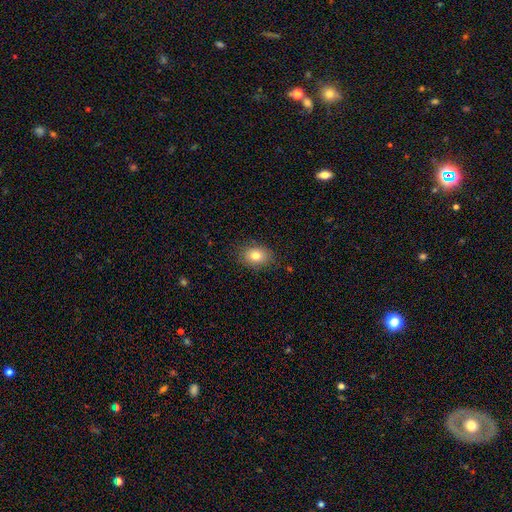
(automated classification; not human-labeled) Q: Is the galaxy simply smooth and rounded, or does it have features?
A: smooth — 80%.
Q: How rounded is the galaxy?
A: in between — 69%.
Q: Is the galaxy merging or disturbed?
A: none — 85%.